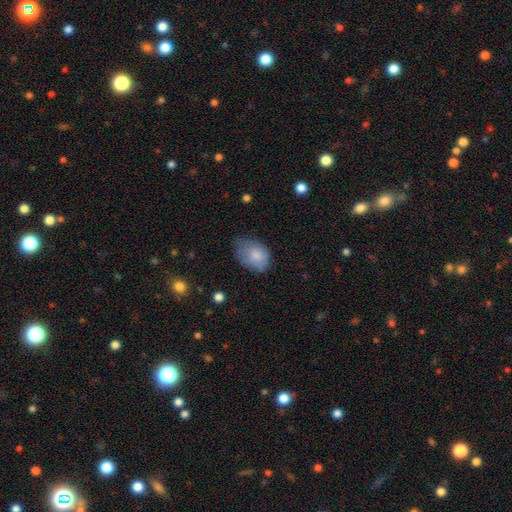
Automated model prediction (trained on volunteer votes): Overall: smooth (80%). How rounded: in between (76%). Merging: none (44%; minor disturbance 39%).